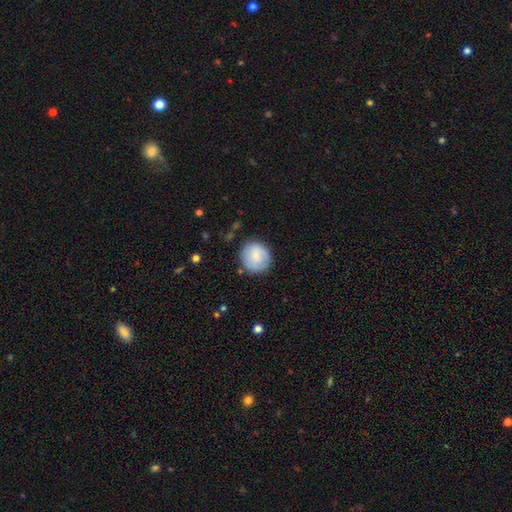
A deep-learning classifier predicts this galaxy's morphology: Overall: smooth (73%). How rounded: round (90%). Merging: none (81%).